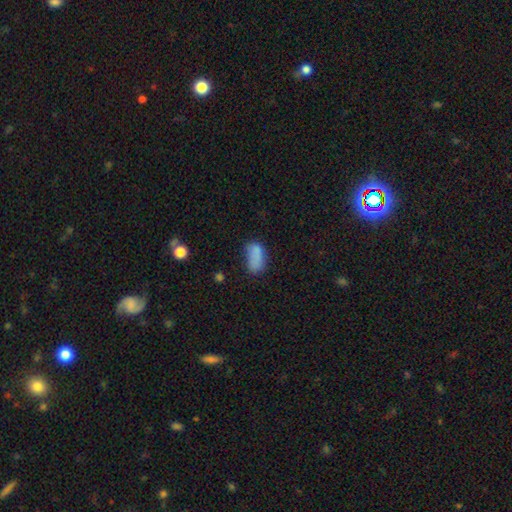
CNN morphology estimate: This is likely a smooth galaxy (79%). How rounded: clearly in between (91%). Merging: marginally none (42%).